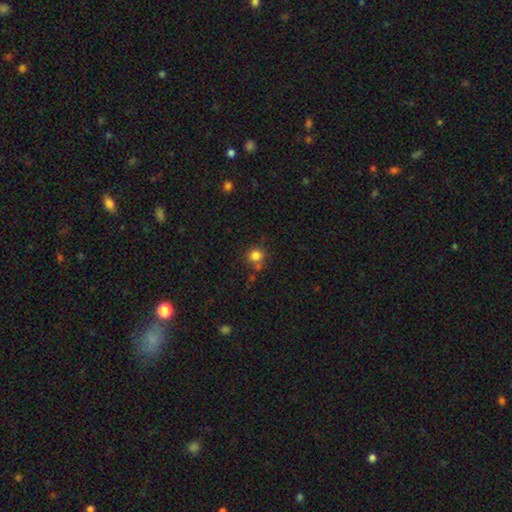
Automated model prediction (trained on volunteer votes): Smooth or featured: smooth — 82% (star or artifact — 12%)
How rounded: round — 86% (in between — 13%)
Merging: none — 68% (merger — 14%)